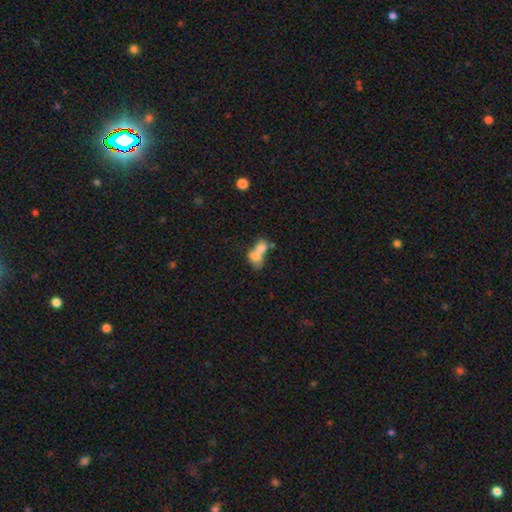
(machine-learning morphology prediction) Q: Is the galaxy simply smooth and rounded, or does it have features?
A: smooth — 68%.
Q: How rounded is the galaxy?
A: in between — 74%.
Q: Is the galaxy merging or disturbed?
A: merger — 75%.